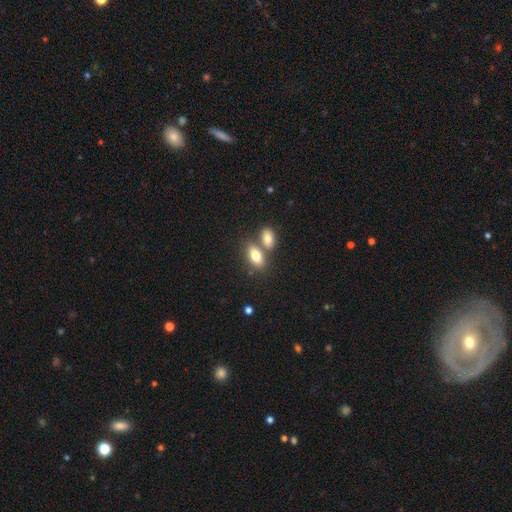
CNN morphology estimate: Smooth or featured: smooth — 79% (featured or disk — 14%)
How rounded: in between — 87% (round — 7%)
Merging: none — 46% (merger — 43%)